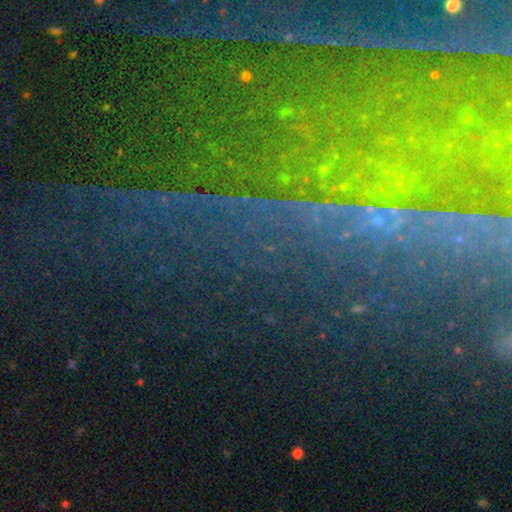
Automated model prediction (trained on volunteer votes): Q: Smooth or featured?
A: star or artifact (84%); runner-up: featured or disk (9%)